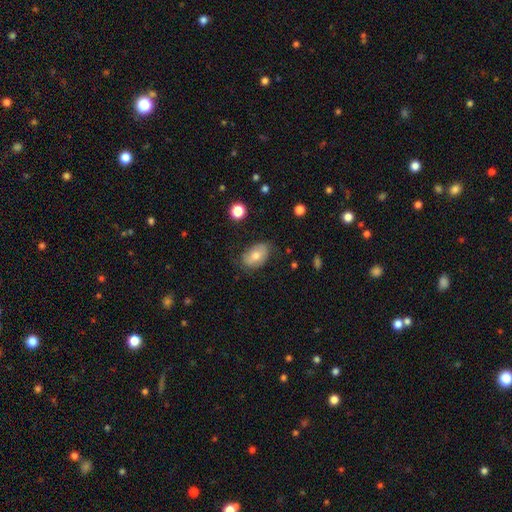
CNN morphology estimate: Smooth or featured: smooth — 69% (featured or disk — 23%)
How rounded: in between — 84% (round — 14%)
Merging: none — 72% (minor disturbance — 21%)